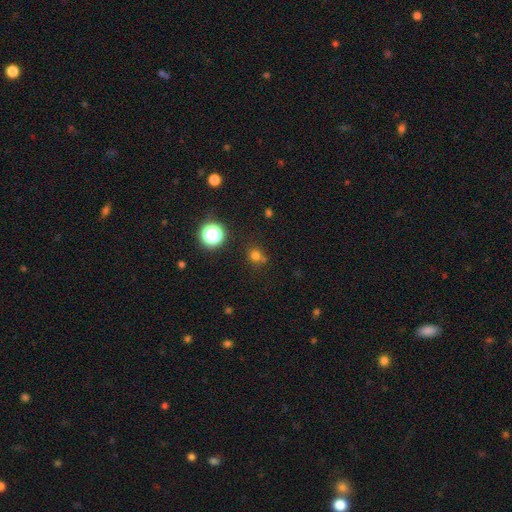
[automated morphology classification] Q: Smooth or featured?
A: smooth (71%); runner-up: star or artifact (22%)
Q: How rounded?
A: round (86%); runner-up: in between (13%)
Q: Merging?
A: none (67%); runner-up: merger (15%)